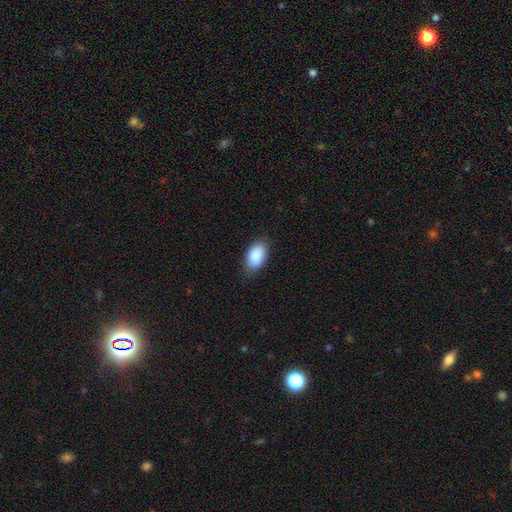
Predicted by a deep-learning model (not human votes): Smooth or featured?
  - smooth: 88% *
  - star or artifact: 6%
  - featured or disk: 6%
How rounded?
  - in between: 93% *
  - round: 5%
  - cigar-shaped: 2%
Merging?
  - none: 82% *
  - minor disturbance: 14%
  - major disturbance: 3%
  - merger: 1%